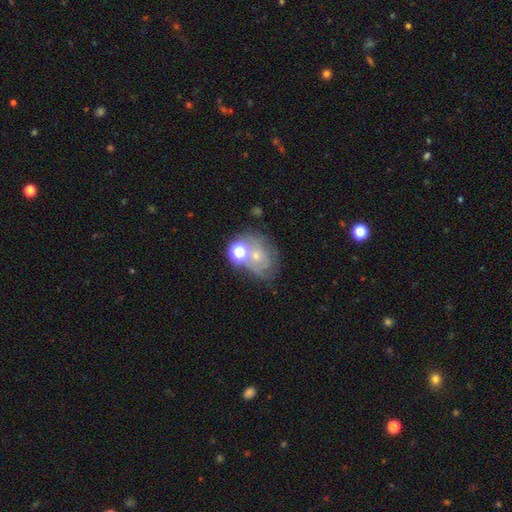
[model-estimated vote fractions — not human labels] Smooth or featured?
  - featured or disk: 40% *
  - smooth: 37%
  - star or artifact: 23%
Merging?
  - none: 44% *
  - merger: 21%
  - minor disturbance: 18%
  - major disturbance: 17%